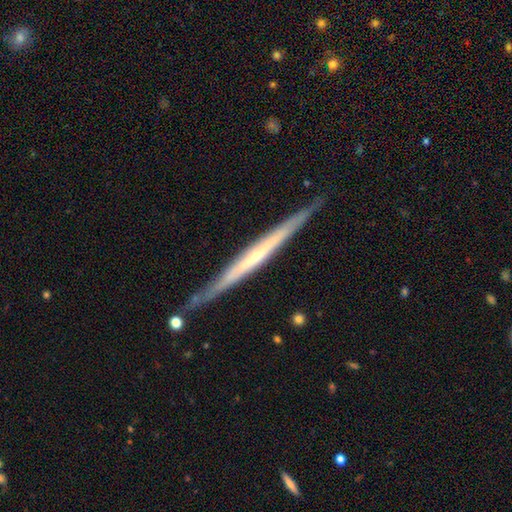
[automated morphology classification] Smooth or featured?
  - featured or disk: 75% *
  - smooth: 20%
  - star or artifact: 5%
Edge-on disk?
  - yes: 97% *
  - no: 3%
Edge-on bulge?
  - none: 55% *
  - rounded: 39%
  - boxy: 6%
Merging?
  - none: 84% *
  - minor disturbance: 12%
  - merger: 2%
  - major disturbance: 2%